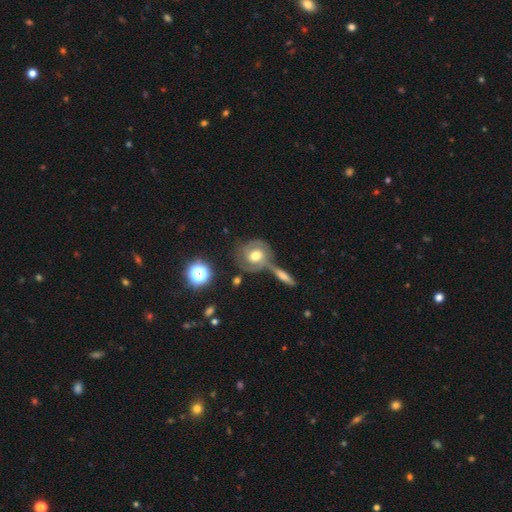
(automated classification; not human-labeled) This appears to be a featured or disk galaxy (73%) with no bar (59%), 2 (76%) tight (56%) spiral arms (90%) and a moderate central bulge (61%). Merging: none (54%).